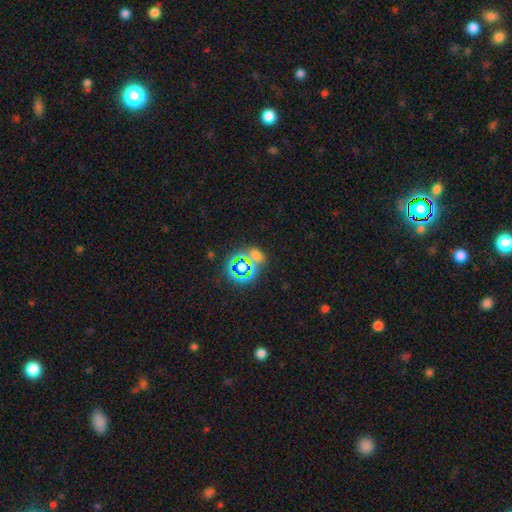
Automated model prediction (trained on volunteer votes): The model was most divided on "smooth or featured": star or artifact: 48%, smooth: 41%, featured or disk: 11%.